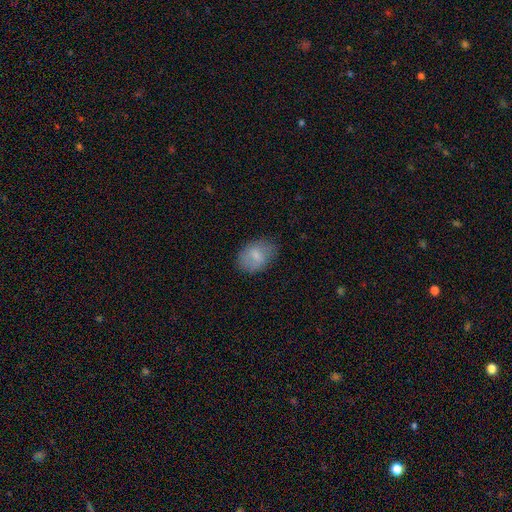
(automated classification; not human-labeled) A smooth galaxy with no disk features (75%) that is in between round and cigar-shaped (75%).

Vote fractions:
- Smooth or featured? smooth: 75% / featured or disk: 17% / star or artifact: 8%
- How rounded? in between: 75% / round: 24% / cigar-shaped: 1%
- Merging? none: 73% / minor disturbance: 20% / major disturbance: 6% / merger: 1%